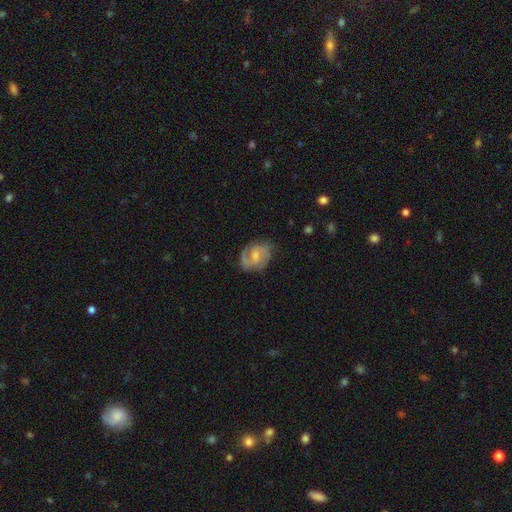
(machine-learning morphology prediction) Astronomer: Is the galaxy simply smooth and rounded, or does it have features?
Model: featured or disk — 71%.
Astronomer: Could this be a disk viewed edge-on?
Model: no — 97%.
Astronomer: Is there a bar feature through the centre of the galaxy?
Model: weak — 47% (runner-up: no, 44%).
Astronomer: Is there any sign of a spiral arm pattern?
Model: yes — 91%.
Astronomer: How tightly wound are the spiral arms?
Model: medium — 50% (runner-up: tight, 29%).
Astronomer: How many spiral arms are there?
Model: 2 — 74%.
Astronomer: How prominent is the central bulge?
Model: small — 43% (runner-up: moderate, 42%).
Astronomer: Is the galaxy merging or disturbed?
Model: none — 67%.